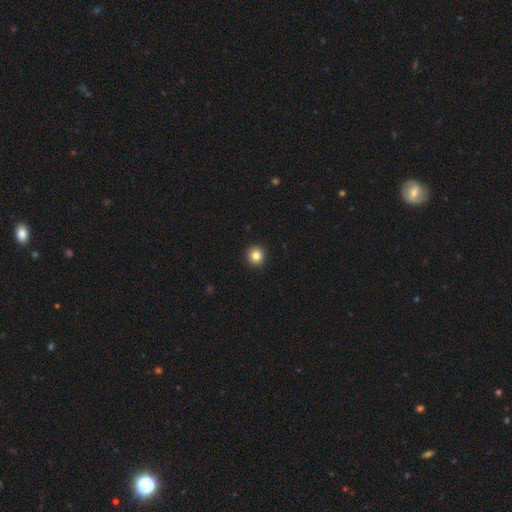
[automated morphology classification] The model was most divided on "smooth or featured": smooth: 83%, star or artifact: 11%, featured or disk: 6%. More confident: how rounded — round (94%); merging — none (93%).